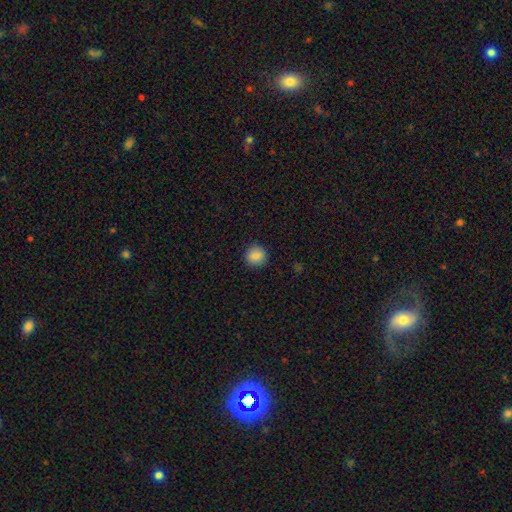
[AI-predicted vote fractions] A smooth galaxy with no disk features (87%) that is round (88%).

Vote fractions:
- Smooth or featured? smooth: 87% / star or artifact: 9% / featured or disk: 4%
- How rounded? round: 88% / in between: 11% / cigar-shaped: 1%
- Merging? none: 91% / minor disturbance: 6% / major disturbance: 2% / merger: 1%